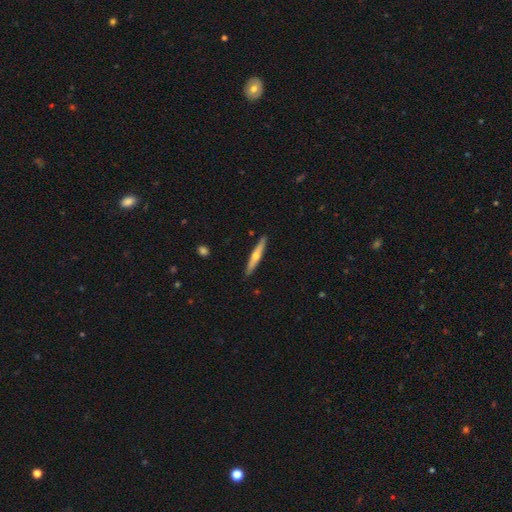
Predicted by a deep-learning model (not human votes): smooth-or-featured: featured or disk: 55% | smooth: 40% | star or artifact: 5%
  disk-edge-on: yes: 95% | no: 5%
    edge-on-bulge: rounded: 86% | none: 11% | boxy: 3%
  merging: none: 90% | minor disturbance: 7% | major disturbance: 1% | merger: 1%